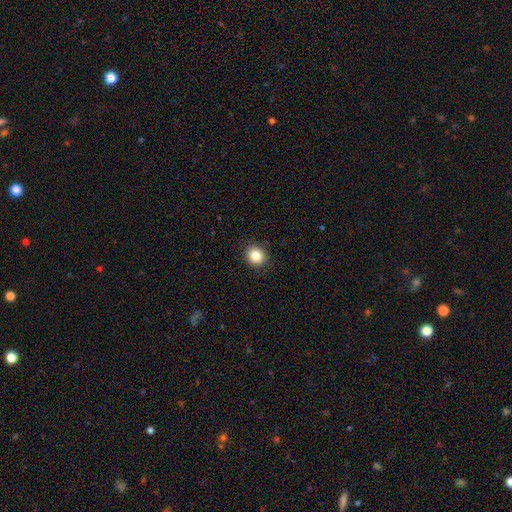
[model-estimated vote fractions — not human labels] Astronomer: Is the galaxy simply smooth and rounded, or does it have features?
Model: smooth — 84%.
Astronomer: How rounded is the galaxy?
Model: round — 80%.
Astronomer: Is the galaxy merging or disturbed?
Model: none — 91%.